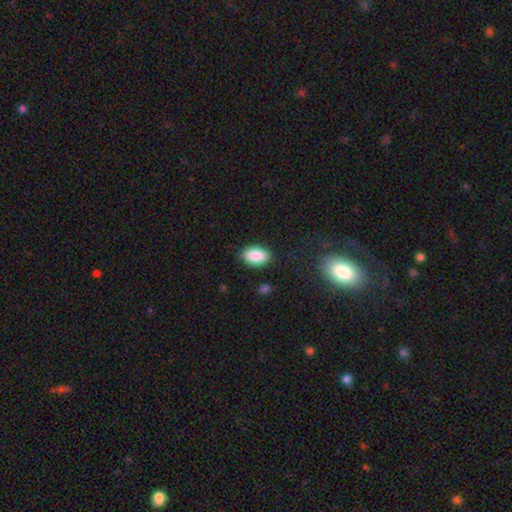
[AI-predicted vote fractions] A smooth galaxy with no disk features (89%) that is in between round and cigar-shaped (93%). Merging: none (86%).